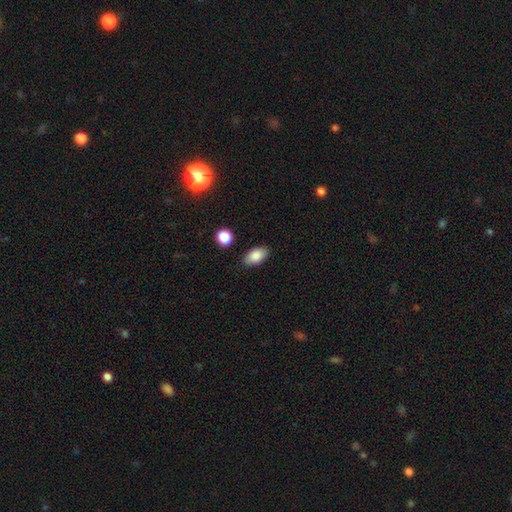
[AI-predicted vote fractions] Smooth or featured: smooth — 87% (star or artifact — 8%)
How rounded: in between — 92% (round — 6%)
Merging: none — 85% (minor disturbance — 11%)